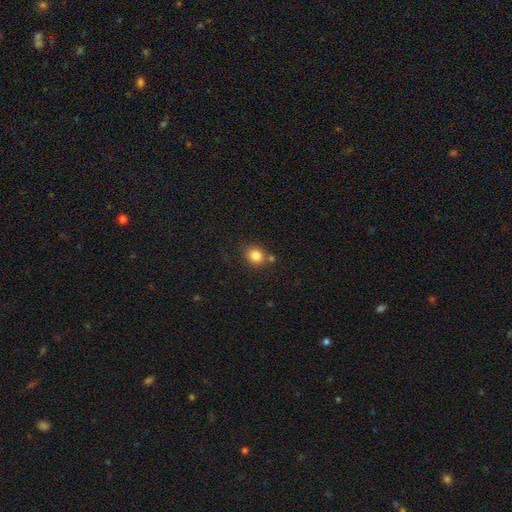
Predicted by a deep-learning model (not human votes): A smooth galaxy with no disk features (83%) that is round (72%).

Vote fractions:
- Smooth or featured? smooth: 83% / star or artifact: 10% / featured or disk: 6%
- How rounded? round: 72% / in between: 27% / cigar-shaped: 1%
- Merging? none: 72% / merger: 12% / minor disturbance: 12% / major disturbance: 4%